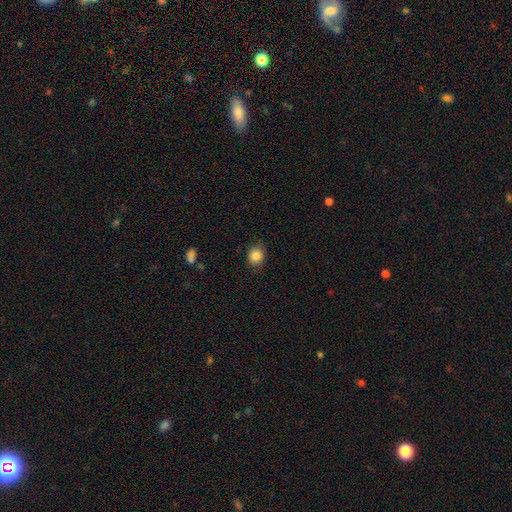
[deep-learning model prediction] A smooth galaxy with no disk features (86%) that is round (67%).

Vote fractions:
- Smooth or featured? smooth: 86% / star or artifact: 9% / featured or disk: 4%
- How rounded? round: 67% / in between: 32% / cigar-shaped: 1%
- Merging? none: 82% / minor disturbance: 14% / major disturbance: 3% / merger: 1%